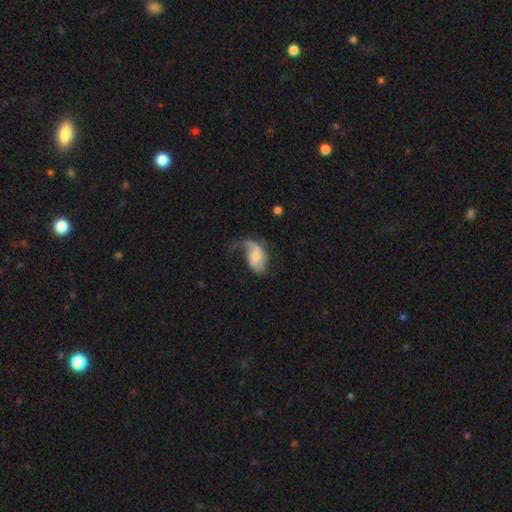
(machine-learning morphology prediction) Smooth or featured? featured or disk (58%)
Edge-on disk? no (96%)
Bar? no (51%)
Spiral arms? yes (85%)
Bulge size? small (42%)
Merging? major disturbance (41%)